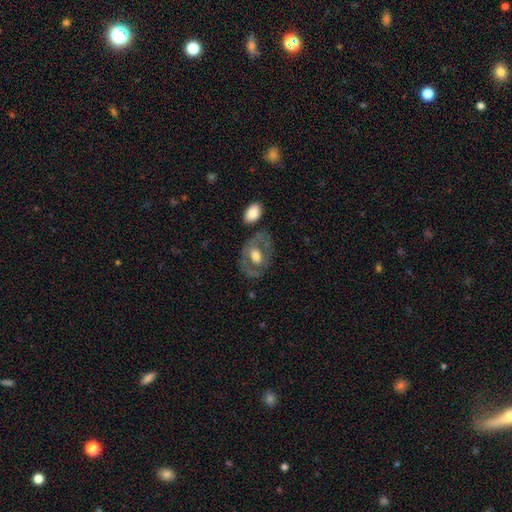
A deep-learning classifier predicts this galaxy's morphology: type=featured or disk (52%); edge-on=no (93%); merging=none (64%).